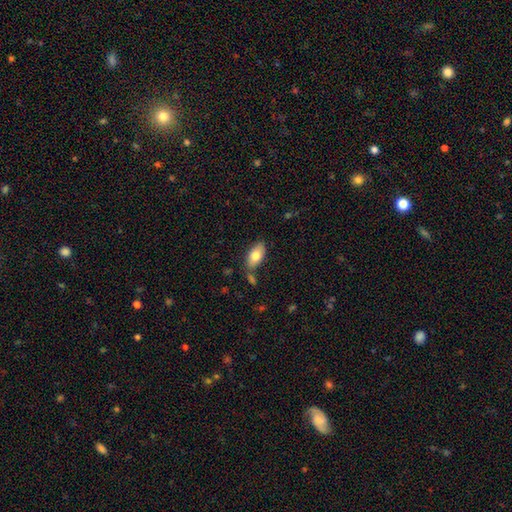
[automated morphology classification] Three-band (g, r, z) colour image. It shows a smooth galaxy with no disk features (77%) that is in between round and cigar-shaped (93%). Merging: none (74%).